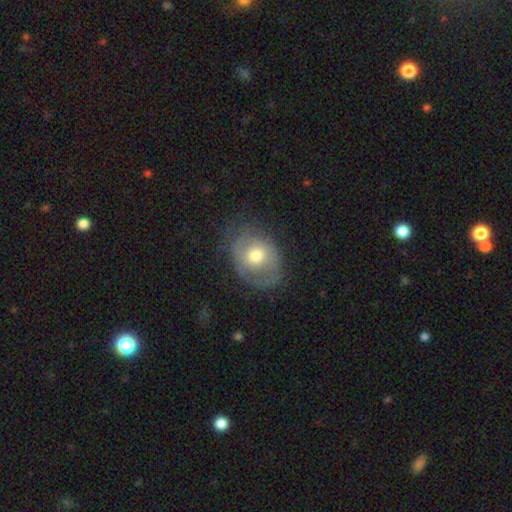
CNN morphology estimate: Smooth or featured? Predicted: smooth (p=0.59). How rounded? Predicted: in between (p=0.51). Merging? Predicted: none (p=0.53).